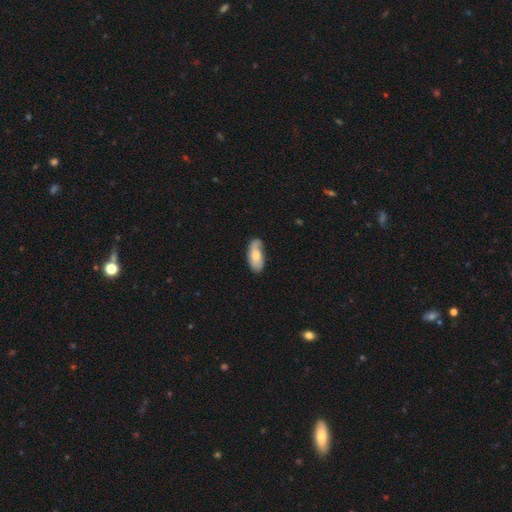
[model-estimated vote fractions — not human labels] Morphology: type=smooth (61%); roundness=in between (86%); merging=none (64%).